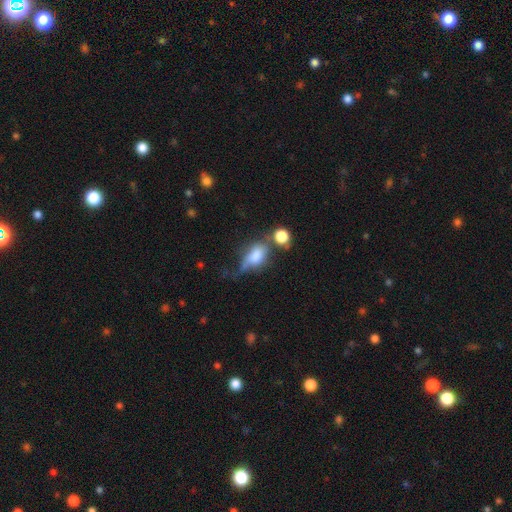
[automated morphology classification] Smooth or featured? smooth (62%)
How rounded? in between (76%)
Merging? major disturbance (28%)